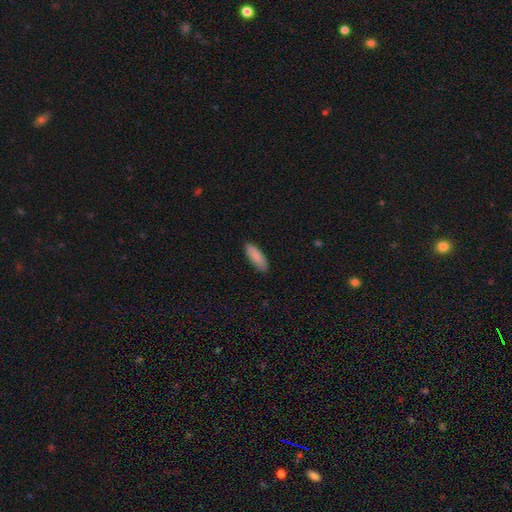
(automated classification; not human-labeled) Smooth or featured: smooth — 89% (featured or disk — 6%)
How rounded: in between — 68% (cigar-shaped — 30%)
Merging: none — 86% (minor disturbance — 11%)